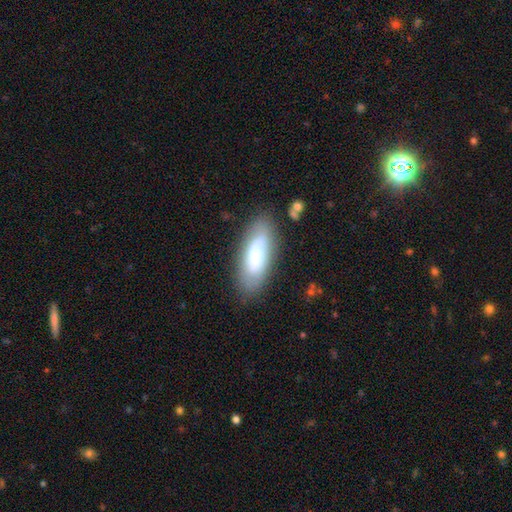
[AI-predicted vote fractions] This appears to be a smooth galaxy with no disk features (58%) that is in between round and cigar-shaped (73%). Merging: none (74%).